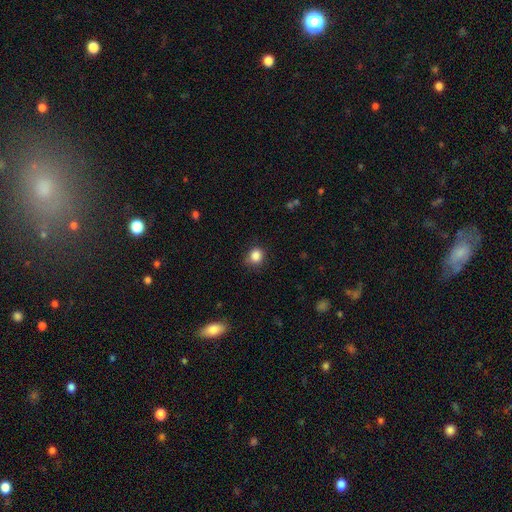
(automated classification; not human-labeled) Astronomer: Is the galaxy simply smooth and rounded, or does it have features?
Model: smooth — 85%.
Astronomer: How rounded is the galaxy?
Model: round — 81%.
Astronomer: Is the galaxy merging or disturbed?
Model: none — 77%.